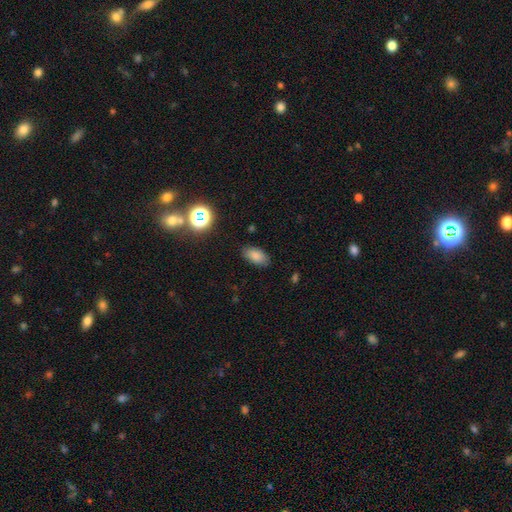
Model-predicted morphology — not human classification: Smooth or featured? smooth (82%)
How rounded? in between (92%)
Merging? none (85%)